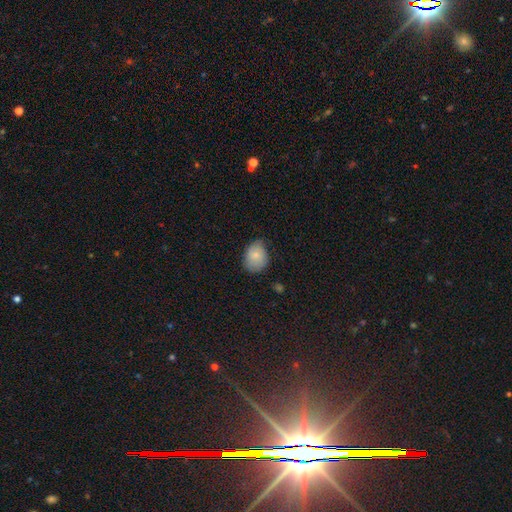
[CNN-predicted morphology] This is clearly a smooth galaxy (80%). How rounded: possibly in between (58%). Merging: possibly none (59%).